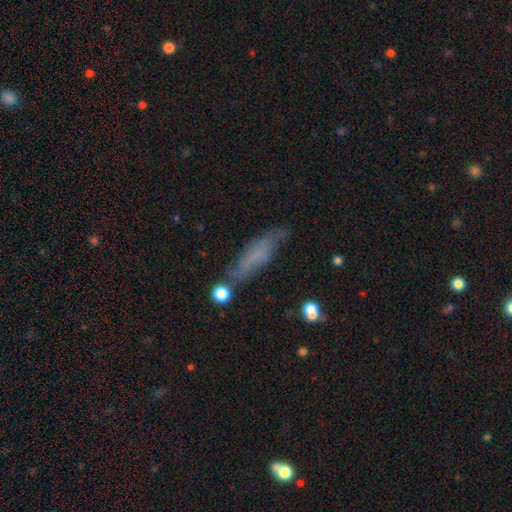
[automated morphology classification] Overall: smooth (59%; featured or disk 29%). How rounded: cigar-shaped (69%). Merging: none (67%).